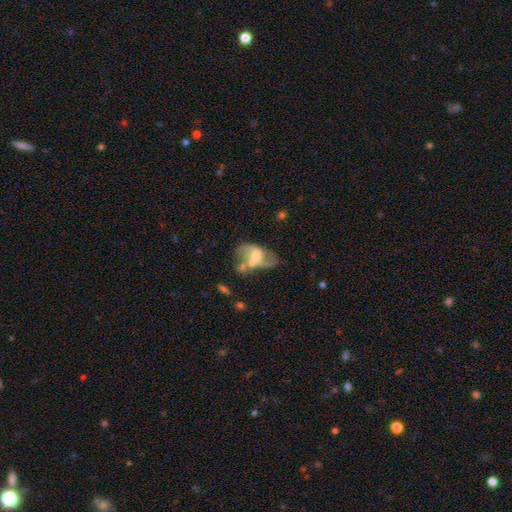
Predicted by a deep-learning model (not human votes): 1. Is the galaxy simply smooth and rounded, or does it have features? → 74% featured or disk, 19% smooth, 8% star or artifact.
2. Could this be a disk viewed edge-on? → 96% no, 4% yes.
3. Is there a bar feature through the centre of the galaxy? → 44% no, 42% weak, 13% strong.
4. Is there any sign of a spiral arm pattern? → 81% yes, 19% no.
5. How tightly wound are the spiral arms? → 64% loose, 30% medium, 7% tight.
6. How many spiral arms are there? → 85% 2, 6% can't tell, 5% 1, 1% 3, 1% 4, 1% more than 4.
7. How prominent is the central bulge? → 45% moderate, 23% small, 16% large, 14% none, 2% dominant.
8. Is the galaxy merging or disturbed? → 41% none, 23% merger, 19% minor disturbance, 17% major disturbance.